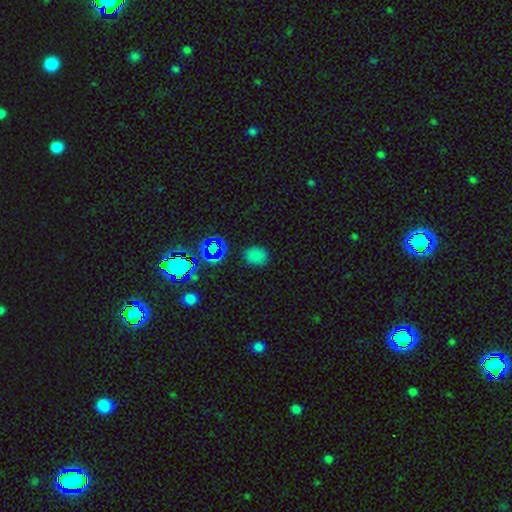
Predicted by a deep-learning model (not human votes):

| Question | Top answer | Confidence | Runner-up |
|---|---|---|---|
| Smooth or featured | smooth | 71% | star or artifact (24%) |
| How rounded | round | 51% | in between (48%) |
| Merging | none | 84% | minor disturbance (11%) |